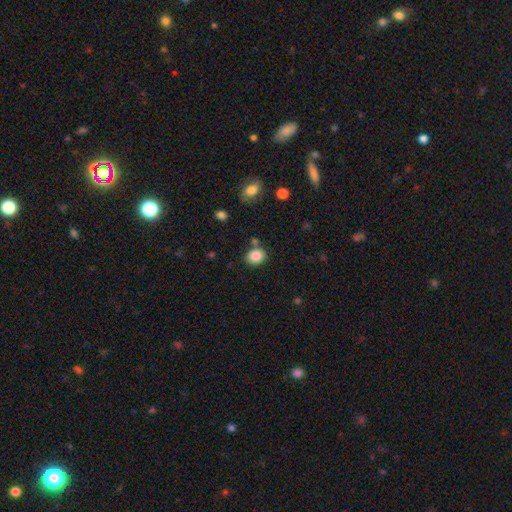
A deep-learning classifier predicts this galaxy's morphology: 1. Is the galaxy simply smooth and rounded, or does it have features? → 86% smooth, 10% star or artifact, 5% featured or disk.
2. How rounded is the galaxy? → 62% round, 37% in between, 1% cigar-shaped.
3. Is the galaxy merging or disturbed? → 75% none, 12% minor disturbance, 9% merger, 4% major disturbance.